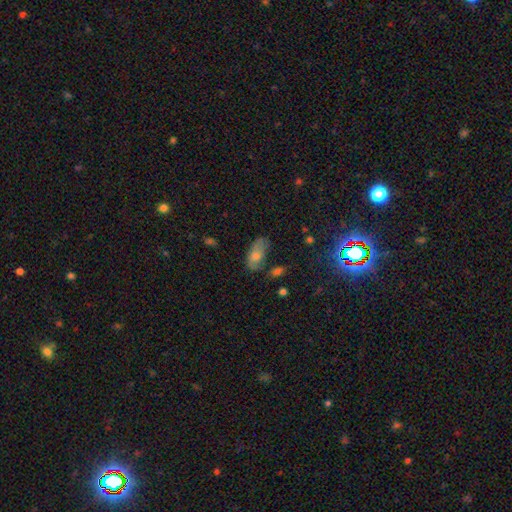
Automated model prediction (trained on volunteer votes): Smooth or featured: smooth — 55% (featured or disk — 23%)
How rounded: in between — 87% (cigar-shaped — 7%)
Merging: none — 53% (minor disturbance — 30%)